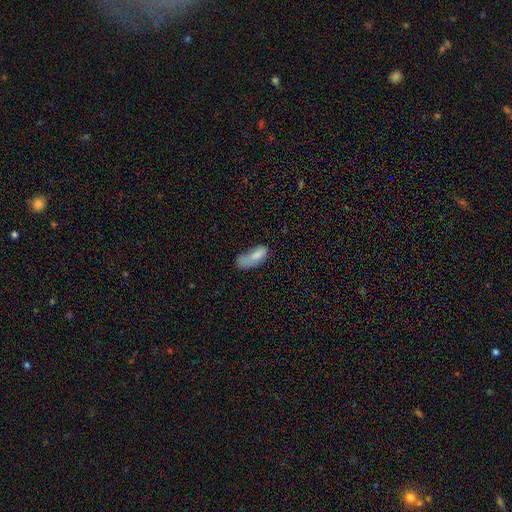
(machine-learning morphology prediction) Smooth or featured?
  - smooth: 77% *
  - featured or disk: 14%
  - star or artifact: 9%
How rounded?
  - in between: 75% *
  - cigar-shaped: 23%
  - round: 3%
Merging?
  - minor disturbance: 31% *
  - major disturbance: 29%
  - none: 29%
  - merger: 11%